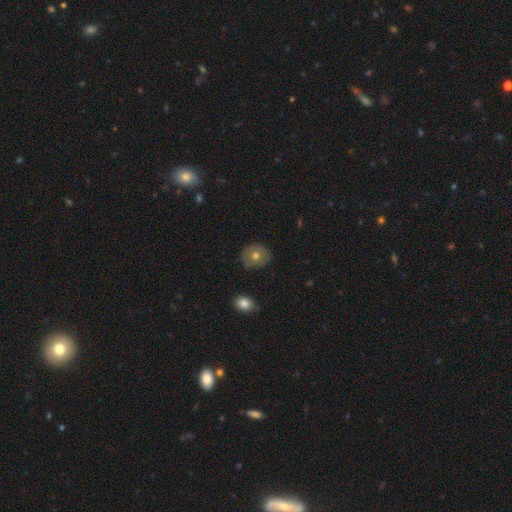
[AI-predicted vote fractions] Morphology: type=smooth (69%); roundness=round (79%); merging=none (83%).